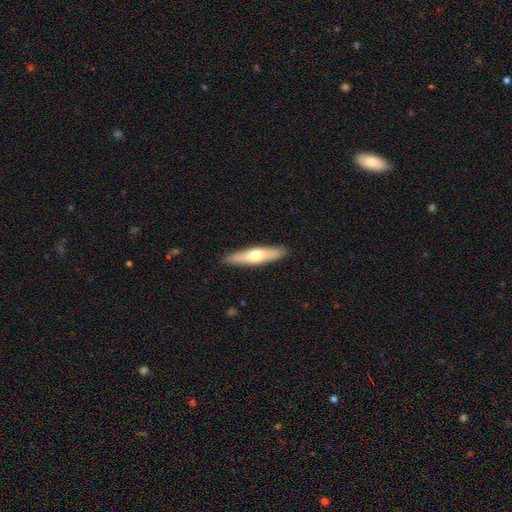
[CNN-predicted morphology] type=smooth (53%); roundness=cigar-shaped (79%); merging=none (90%).